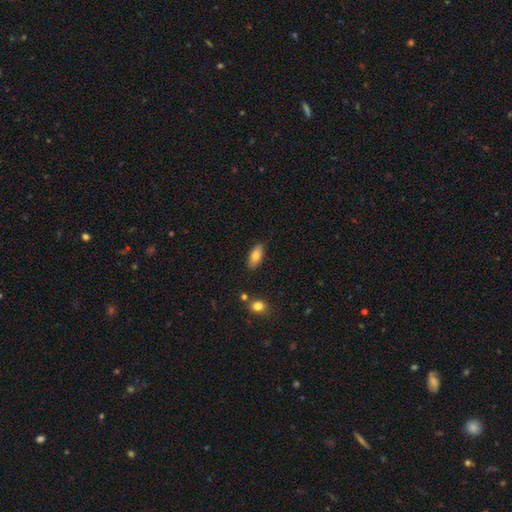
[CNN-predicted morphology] Smooth or featured? Predicted: smooth (p=0.78). How rounded? Predicted: in between (p=0.85). Merging? Predicted: none (p=0.85).